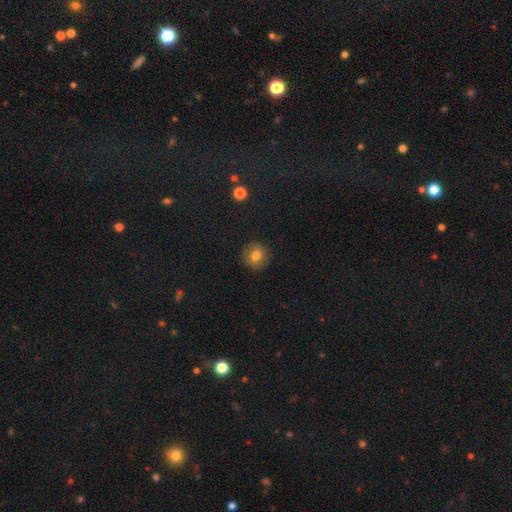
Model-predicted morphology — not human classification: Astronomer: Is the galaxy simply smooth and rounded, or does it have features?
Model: smooth — 79%.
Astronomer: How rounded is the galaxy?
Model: round — 93%.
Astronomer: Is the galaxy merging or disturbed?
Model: none — 91%.